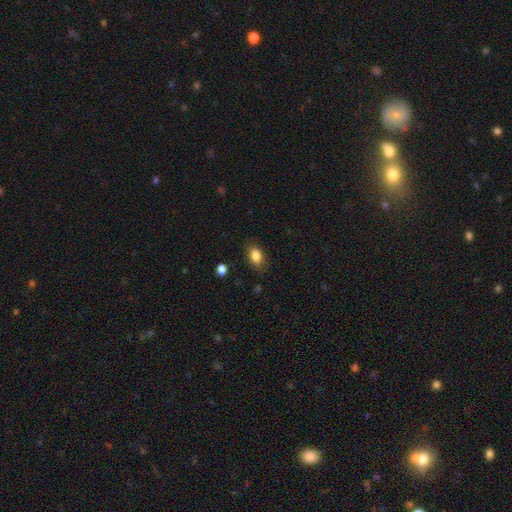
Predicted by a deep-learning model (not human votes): The model was most divided on "merging": none: 82%, minor disturbance: 14%, major disturbance: 4%, merger: 1%. More confident: how rounded — in between (87%); smooth or featured — smooth (85%).